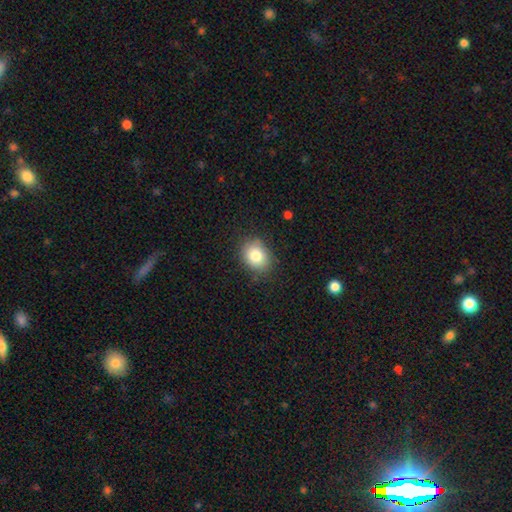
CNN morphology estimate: smooth 81%, star or artifact 10%, featured or disk 9%. Down the decision tree: how rounded — round (52%); merging — none (82%).